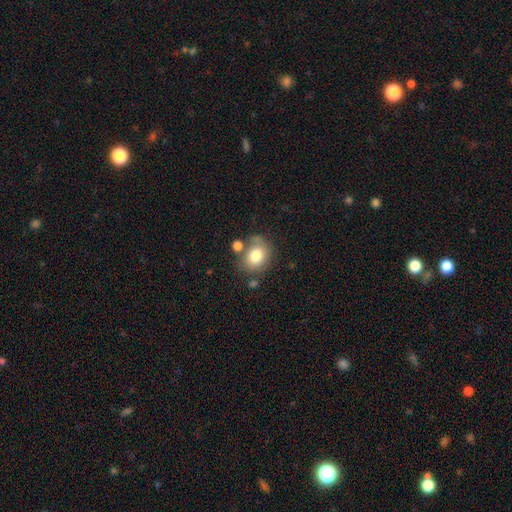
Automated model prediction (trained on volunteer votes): A smooth galaxy with no disk features (78%) that is round (55%). Merging: none (62%).